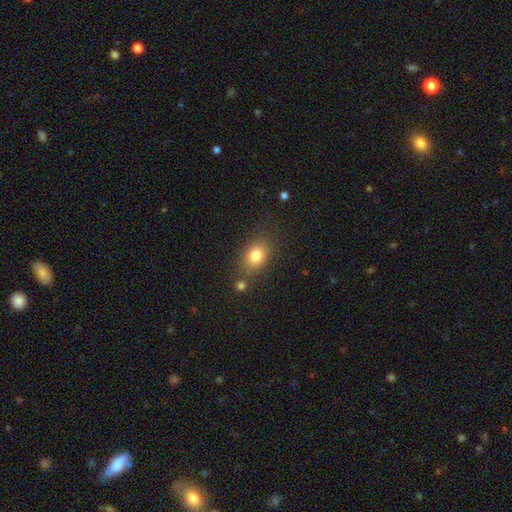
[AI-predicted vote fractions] Q: Smooth or featured?
A: smooth (80%); runner-up: star or artifact (11%)
Q: How rounded?
A: in between (66%); runner-up: round (32%)
Q: Merging?
A: none (70%); runner-up: minor disturbance (15%)